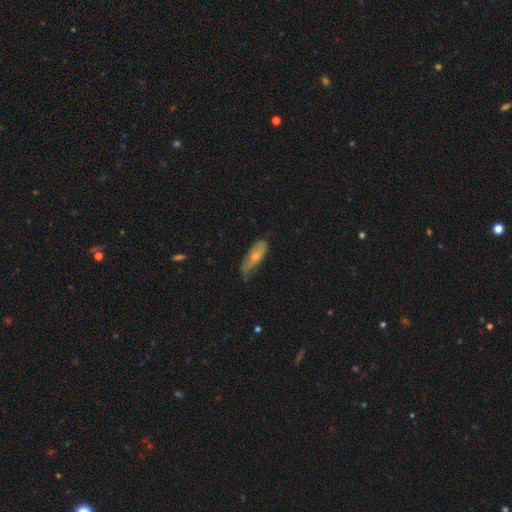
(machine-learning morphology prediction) Q: Smooth or featured?
A: smooth (60%); runner-up: featured or disk (34%)
Q: How rounded?
A: in between (62%); runner-up: cigar-shaped (35%)
Q: Merging?
A: none (47%); runner-up: minor disturbance (40%)